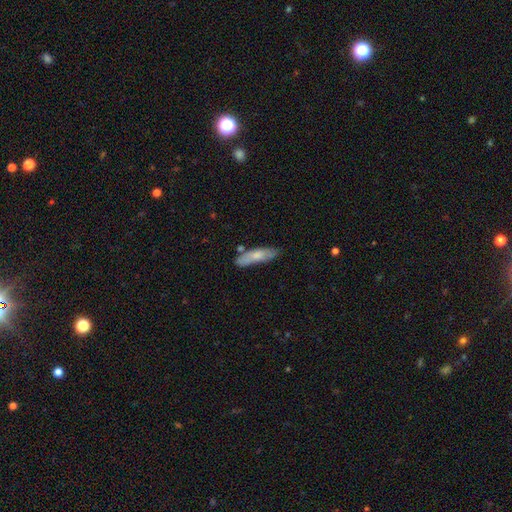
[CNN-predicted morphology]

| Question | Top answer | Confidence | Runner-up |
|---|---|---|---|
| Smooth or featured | smooth | 67% | featured or disk (27%) |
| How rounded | cigar-shaped | 61% | in between (38%) |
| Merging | none | 66% | minor disturbance (22%) |